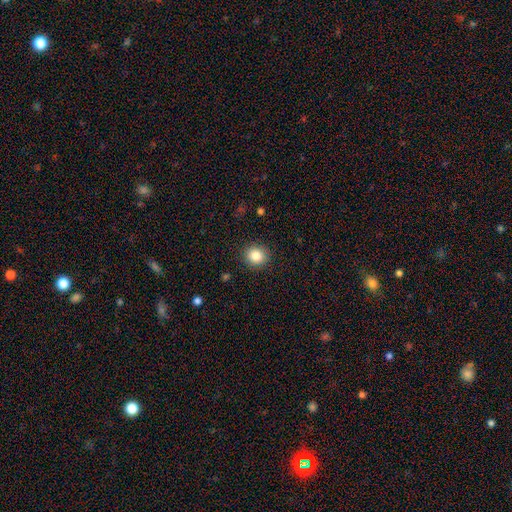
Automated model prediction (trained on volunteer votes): Smooth or featured? smooth (83%)
How rounded? round (87%)
Merging? none (91%)